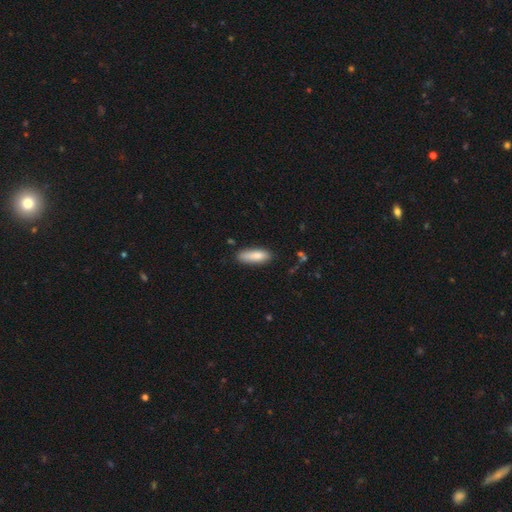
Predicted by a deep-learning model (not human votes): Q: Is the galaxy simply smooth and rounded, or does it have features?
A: smooth — 83%.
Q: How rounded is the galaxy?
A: in between — 55%.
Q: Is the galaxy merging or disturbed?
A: none — 78%.